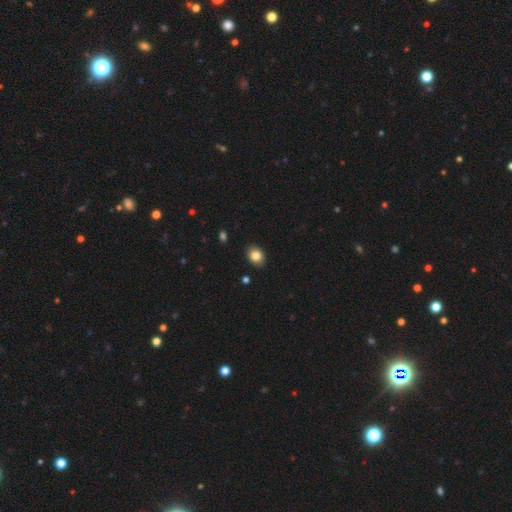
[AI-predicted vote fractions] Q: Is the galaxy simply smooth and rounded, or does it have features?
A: smooth — 84%.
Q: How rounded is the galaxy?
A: in between — 60%.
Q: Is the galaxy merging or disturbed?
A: none — 89%.